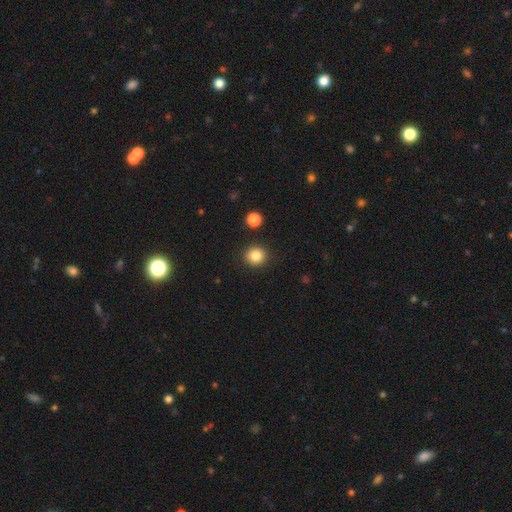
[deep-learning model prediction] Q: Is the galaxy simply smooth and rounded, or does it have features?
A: smooth — 85%.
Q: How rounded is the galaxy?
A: round — 90%.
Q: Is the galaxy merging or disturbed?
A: none — 90%.